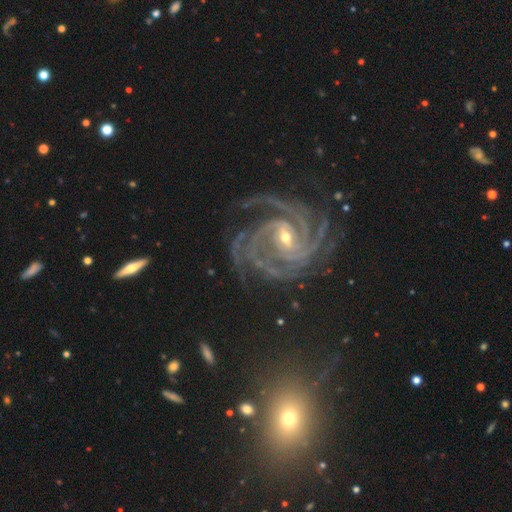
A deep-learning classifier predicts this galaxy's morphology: This is clearly a featured or disk galaxy (92%). It is clearly not viewed edge-on (97%). Bar: marginally weak (39%). Spiral arm pattern: clearly yes (99%). Spiral arm count: marginally 4 (31%). Spiral winding: likely tight (67%). Central bulge: likely small (62%). Merging: likely none (71%).